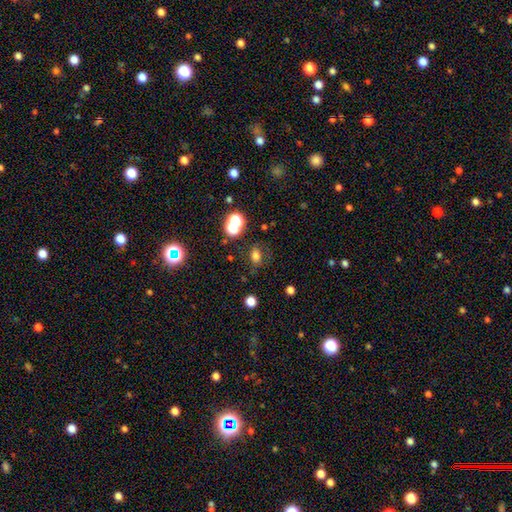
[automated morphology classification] Smooth or featured?
  - smooth: 70% *
  - star or artifact: 19%
  - featured or disk: 11%
How rounded?
  - in between: 70% *
  - round: 28%
  - cigar-shaped: 2%
Merging?
  - none: 67% *
  - minor disturbance: 18%
  - major disturbance: 8%
  - merger: 7%